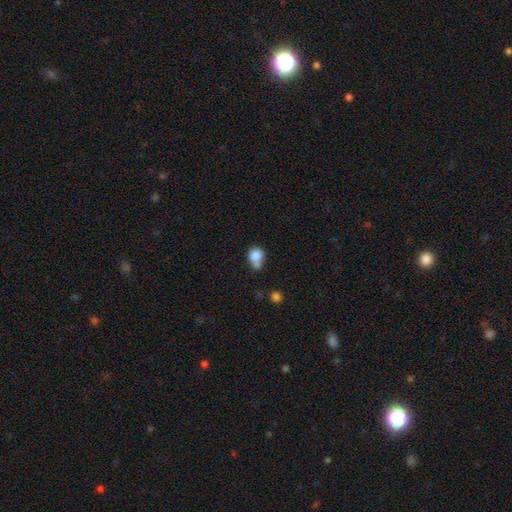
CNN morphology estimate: Smooth or featured? Predicted: smooth (p=0.80). How rounded? Predicted: round (p=0.71). Merging? Predicted: none (p=0.39).